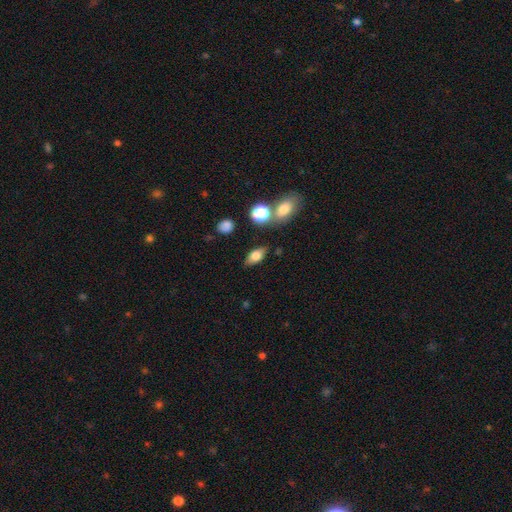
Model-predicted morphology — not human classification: smooth 72%, featured or disk 19%, star or artifact 10%. Down the decision tree: how rounded — in between (83%); merging — none (80%).